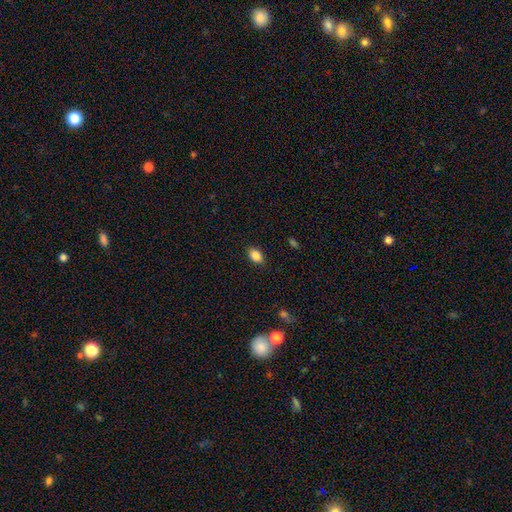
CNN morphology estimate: Q: Smooth or featured?
A: smooth (85%); runner-up: star or artifact (9%)
Q: How rounded?
A: in between (82%); runner-up: round (16%)
Q: Merging?
A: none (86%); runner-up: minor disturbance (10%)